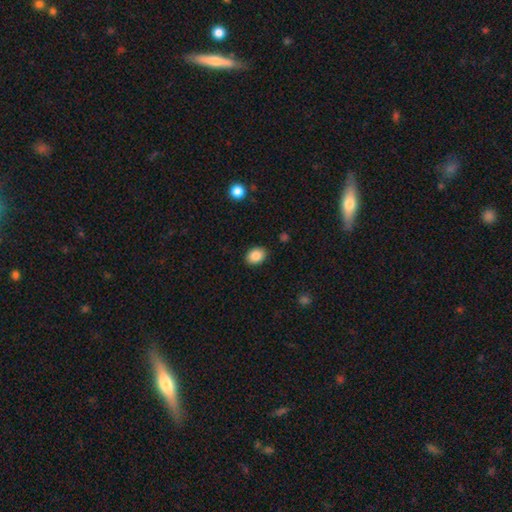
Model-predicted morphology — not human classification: Smooth or featured: smooth — 87% (star or artifact — 8%)
How rounded: in between — 68% (round — 31%)
Merging: none — 88% (minor disturbance — 9%)